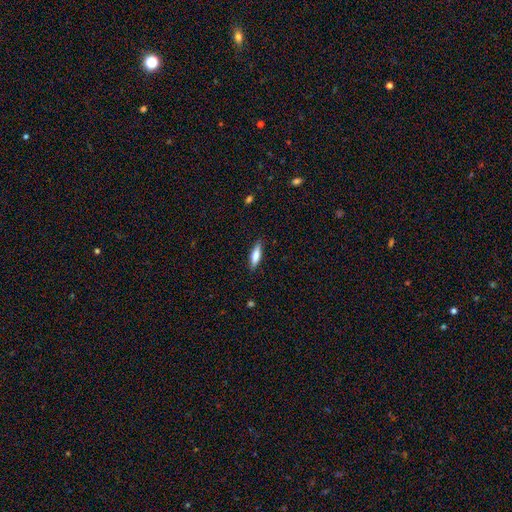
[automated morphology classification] Smooth or featured? Predicted: smooth (p=0.76). How rounded? Predicted: cigar-shaped (p=0.60). Merging? Predicted: none (p=0.87).